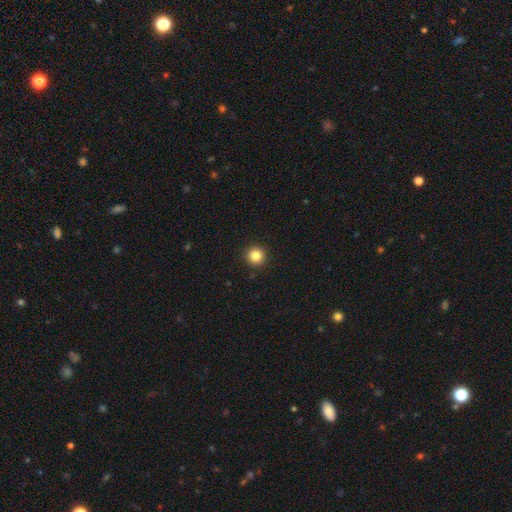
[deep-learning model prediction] This is clearly a smooth galaxy (83%). How rounded: clearly round (96%). Merging: clearly none (93%).